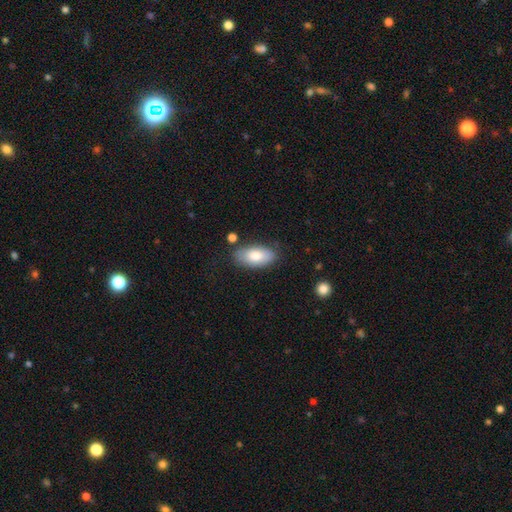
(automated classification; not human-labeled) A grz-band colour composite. It shows a smooth galaxy with no disk features (79%) that is in between round and cigar-shaped (93%). Merging: none (76%).